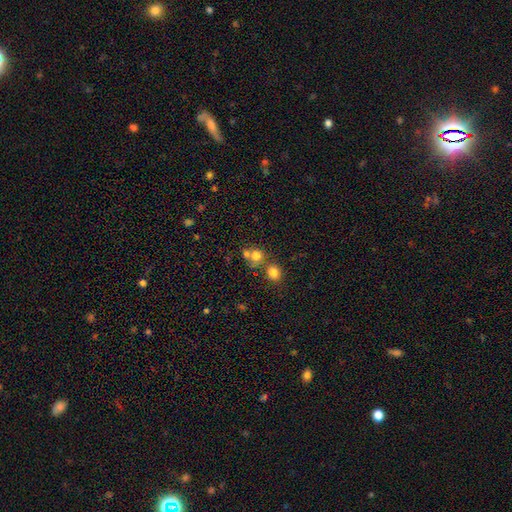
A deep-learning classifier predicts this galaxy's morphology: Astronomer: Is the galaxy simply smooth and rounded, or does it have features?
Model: smooth — 74%.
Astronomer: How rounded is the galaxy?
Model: round — 84%.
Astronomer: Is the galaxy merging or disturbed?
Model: none — 47% (runner-up: merger, 41%).